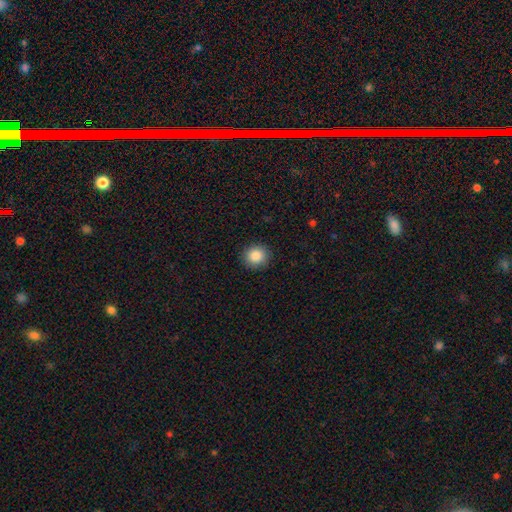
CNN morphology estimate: Smooth or featured: smooth — 86% (star or artifact — 9%)
How rounded: round — 90% (in between — 9%)
Merging: none — 91% (minor disturbance — 6%)